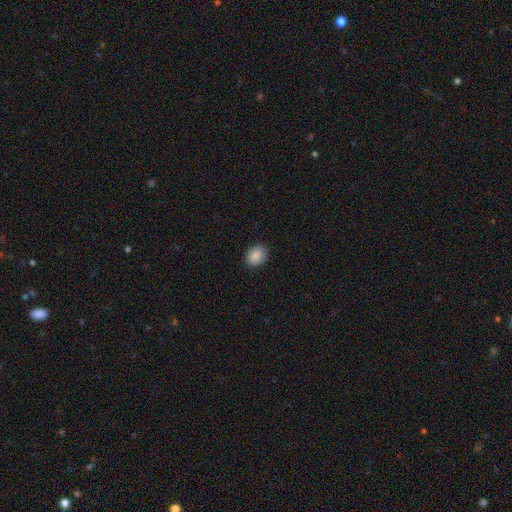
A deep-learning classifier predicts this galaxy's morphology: This is clearly a smooth galaxy (88%). How rounded: possibly in between (58%). Merging: clearly none (87%).